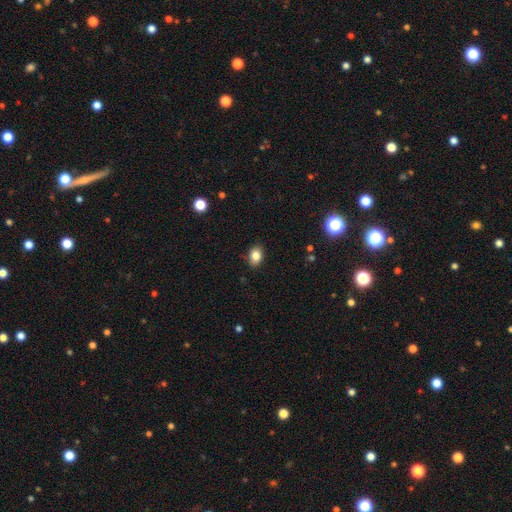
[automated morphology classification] Smooth or featured: smooth — 84% (star or artifact — 9%)
How rounded: in between — 77% (round — 21%)
Merging: none — 85% (minor disturbance — 12%)